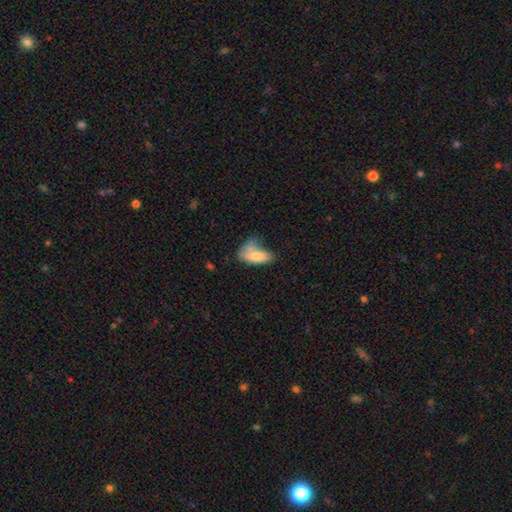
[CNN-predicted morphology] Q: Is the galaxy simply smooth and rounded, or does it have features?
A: smooth — 75%.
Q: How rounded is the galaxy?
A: in between — 86%.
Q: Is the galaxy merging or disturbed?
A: none — 30%.